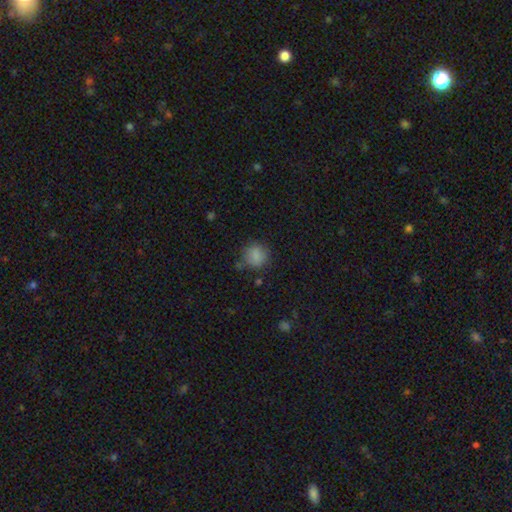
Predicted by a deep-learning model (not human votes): Smooth or featured? Predicted: smooth (p=0.83). How rounded? Predicted: round (p=0.84). Merging? Predicted: none (p=0.75).